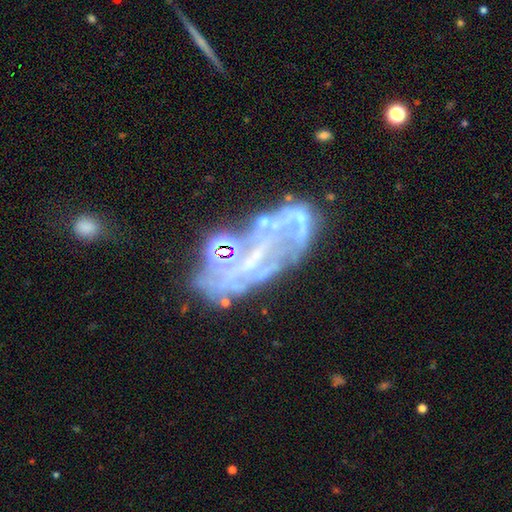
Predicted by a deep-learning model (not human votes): Q: Smooth or featured?
A: featured or disk (71%); runner-up: smooth (14%)
Q: Edge-on disk?
A: no (92%); runner-up: yes (8%)
Q: Bar?
A: no (61%); runner-up: weak (25%)
Q: Spiral arms?
A: no (52%); runner-up: yes (48%)
Q: Bulge size?
A: none (50%); runner-up: small (35%)
Q: Merging?
A: none (47%); runner-up: major disturbance (21%)